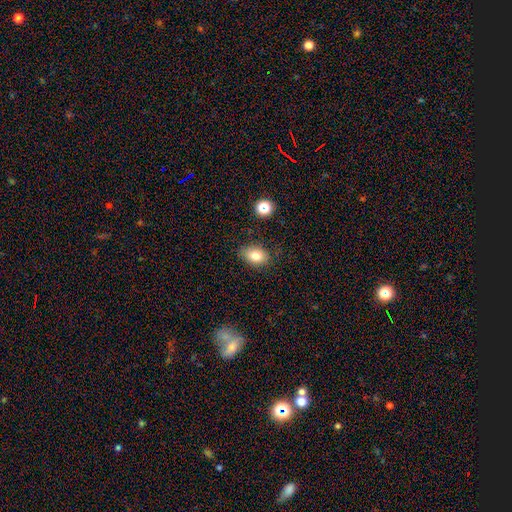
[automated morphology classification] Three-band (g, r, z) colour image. It shows a smooth galaxy with no disk features (79%) that is in between round and cigar-shaped (82%). Merging: none (81%).